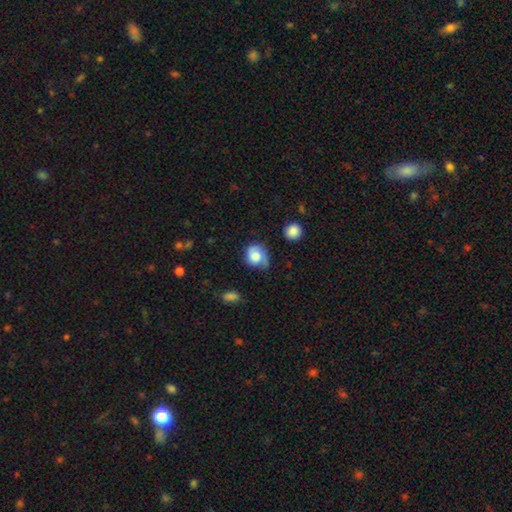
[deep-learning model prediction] A smooth galaxy with no disk features (61%) that is round (69%). Merging: none (44%).